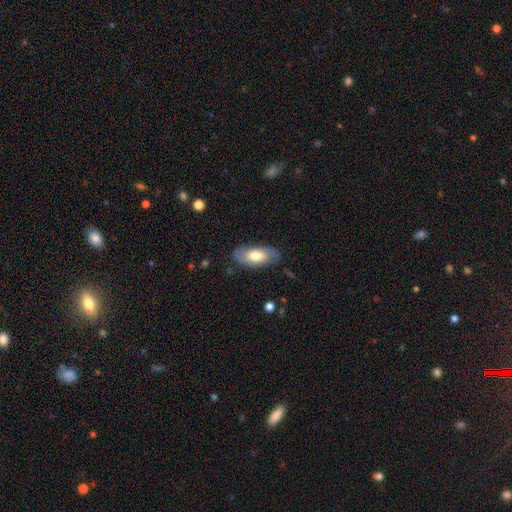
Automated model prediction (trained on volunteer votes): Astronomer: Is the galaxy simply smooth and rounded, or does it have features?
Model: smooth — 58% (runner-up: featured or disk, 36%).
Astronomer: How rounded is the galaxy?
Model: in between — 89%.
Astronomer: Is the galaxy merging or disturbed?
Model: none — 79%.